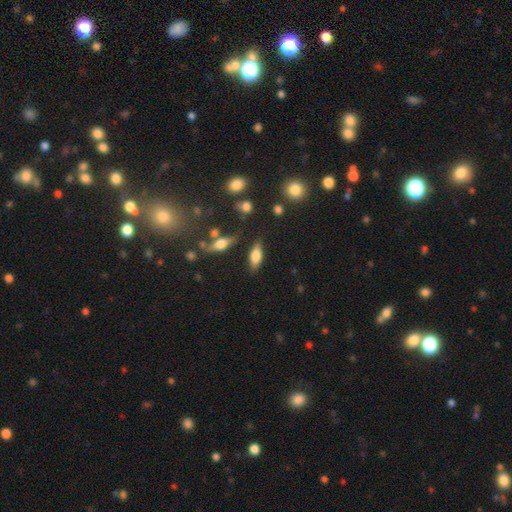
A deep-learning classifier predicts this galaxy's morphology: A smooth galaxy with no disk features (66%) that is in between round and cigar-shaped (68%). Merging: none (77%).